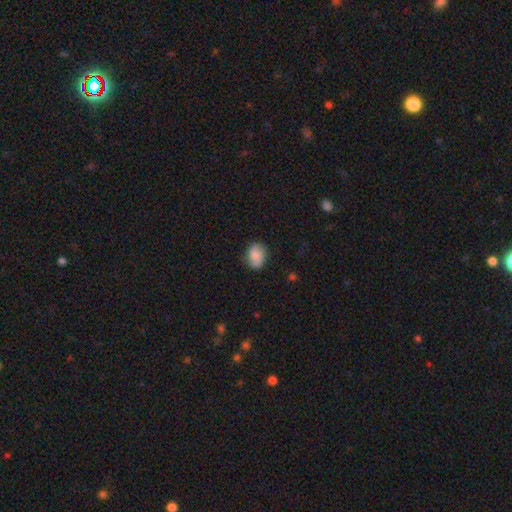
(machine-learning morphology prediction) smooth-or-featured: smooth: 77% | featured or disk: 15% | star or artifact: 8%
  how-rounded: in between: 54% | round: 45% | cigar-shaped: 1%
  merging: none: 73% | minor disturbance: 21% | major disturbance: 4% | merger: 2%